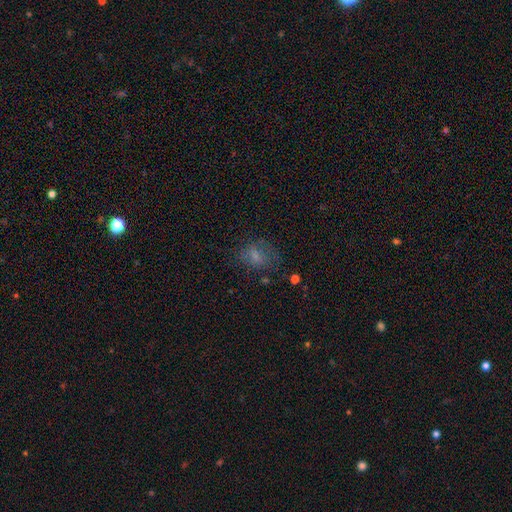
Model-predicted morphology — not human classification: smooth-or-featured: smooth: 59% | featured or disk: 24% | star or artifact: 18%
  how-rounded: in between: 63% | round: 35% | cigar-shaped: 2%
  merging: none: 52% | minor disturbance: 23% | major disturbance: 22% | merger: 3%